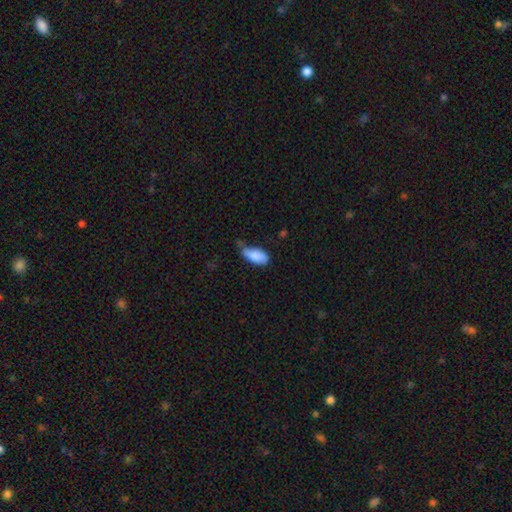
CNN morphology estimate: Q: Smooth or featured?
A: smooth (85%); runner-up: featured or disk (8%)
Q: How rounded?
A: in between (90%); runner-up: cigar-shaped (7%)
Q: Merging?
A: minor disturbance (42%); runner-up: none (40%)